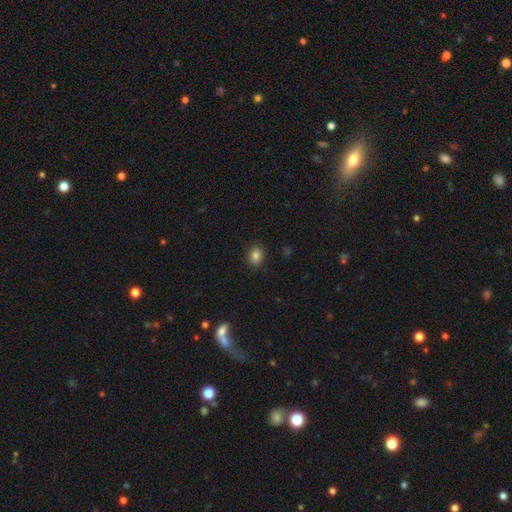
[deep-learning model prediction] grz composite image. It shows a smooth galaxy with no disk features (83%) that is round (53%). Merging: none (89%).